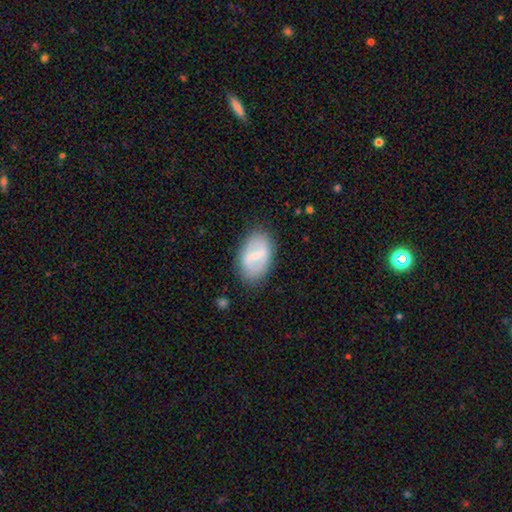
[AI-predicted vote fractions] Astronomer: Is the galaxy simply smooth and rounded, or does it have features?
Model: featured or disk — 52% (runner-up: smooth, 40%).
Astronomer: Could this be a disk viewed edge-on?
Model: no — 92%.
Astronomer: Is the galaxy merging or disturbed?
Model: none — 79%.